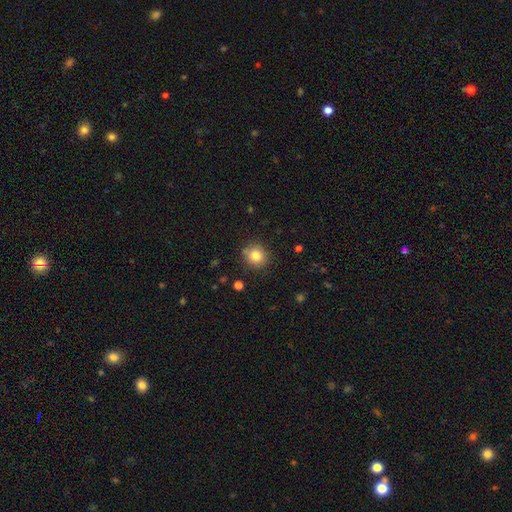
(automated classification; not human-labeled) The model was most divided on "smooth or featured": smooth: 82%, star or artifact: 11%, featured or disk: 7%. More confident: how rounded — round (90%); merging — none (84%).